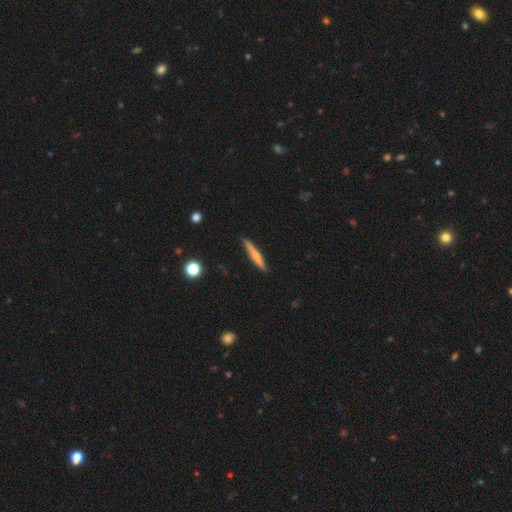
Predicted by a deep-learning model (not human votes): Overall: smooth (59%; featured or disk 34%). How rounded: cigar-shaped (93%). Merging: none (88%).